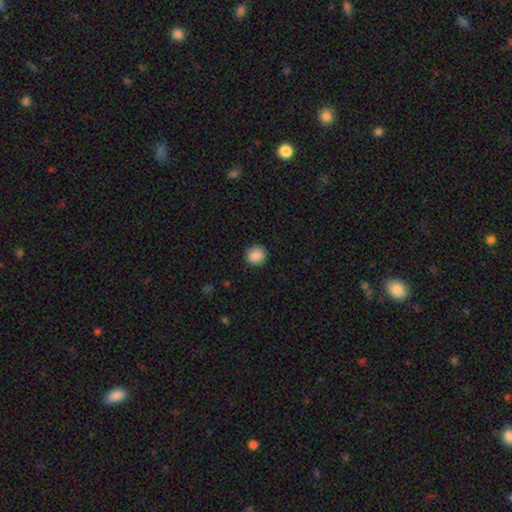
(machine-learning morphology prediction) A smooth galaxy with no disk features (89%) that is round (89%).

Vote fractions:
- Smooth or featured? smooth: 89% / star or artifact: 8% / featured or disk: 3%
- How rounded? round: 89% / in between: 10% / cigar-shaped: 1%
- Merging? none: 89% / minor disturbance: 8% / major disturbance: 2% / merger: 1%